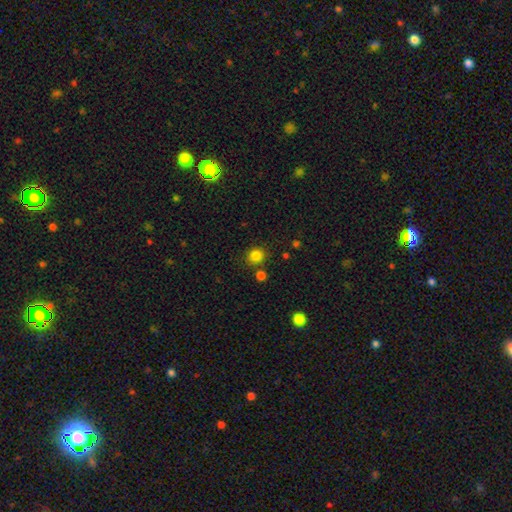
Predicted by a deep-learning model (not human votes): A smooth galaxy with no disk features (83%) that is round (88%). Merging: none (82%).